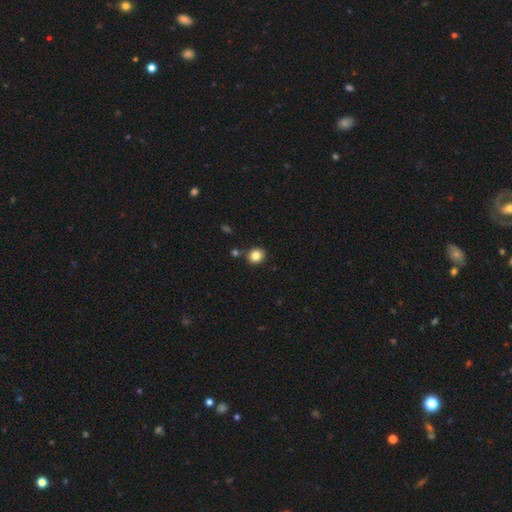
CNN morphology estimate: smooth 84%, star or artifact 10%, featured or disk 6%. Down the decision tree: how rounded — round (73%); merging — none (84%).